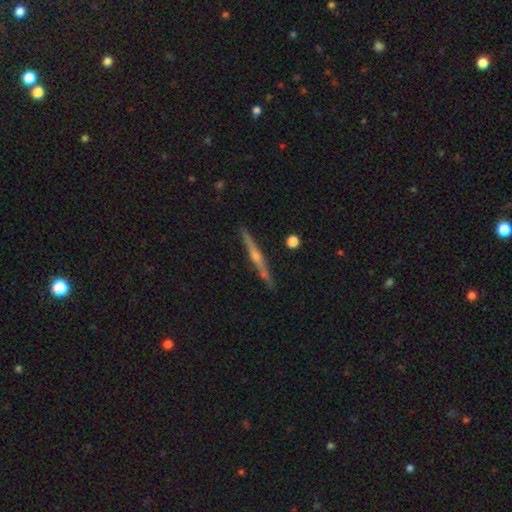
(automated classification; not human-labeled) featured or disk 79%, smooth 15%, star or artifact 6%. Down the decision tree: edge-on disk — yes (98%); edge-on bulge — rounded (82%); merging — none (90%).